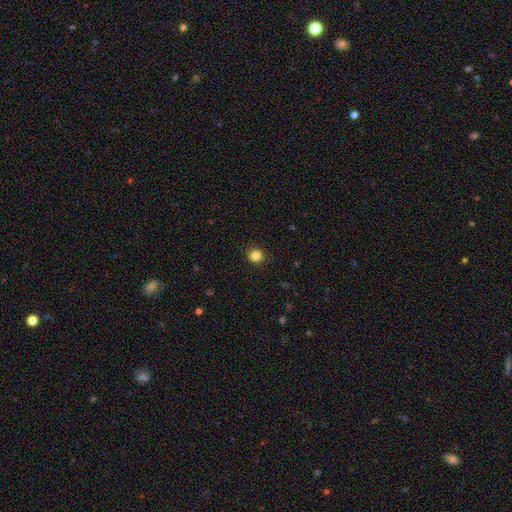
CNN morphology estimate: This is clearly a smooth galaxy (84%). How rounded: clearly round (91%). Merging: clearly none (92%).